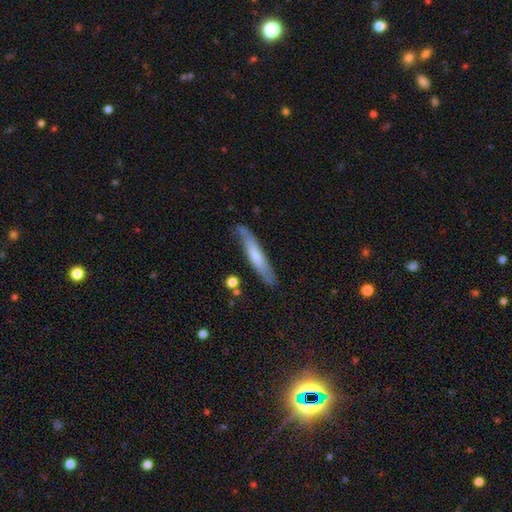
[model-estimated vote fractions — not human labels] Morphology: type=smooth (54%); roundness=cigar-shaped (89%); merging=none (75%).